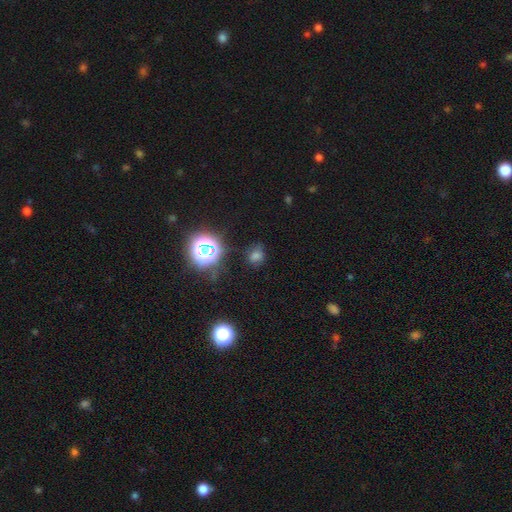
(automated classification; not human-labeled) smooth-or-featured: smooth: 57% | star or artifact: 36% | featured or disk: 8%
  how-rounded: round: 64% | in between: 35% | cigar-shaped: 1%
  merging: none: 75% | minor disturbance: 16% | major disturbance: 6% | merger: 3%